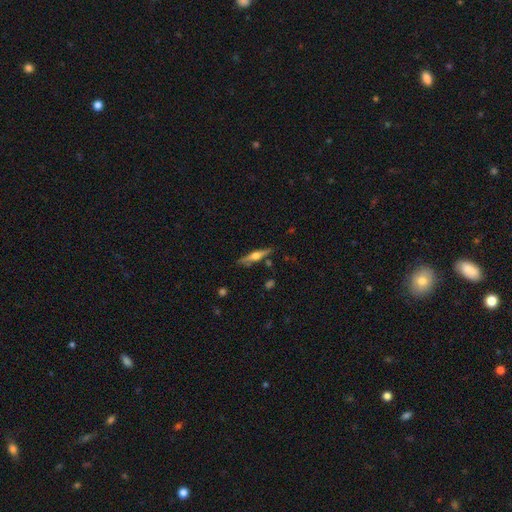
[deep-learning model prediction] Smooth or featured? featured or disk (66%)
Edge-on disk? yes (97%)
Edge-on bulge? rounded (90%)
Merging? none (83%)